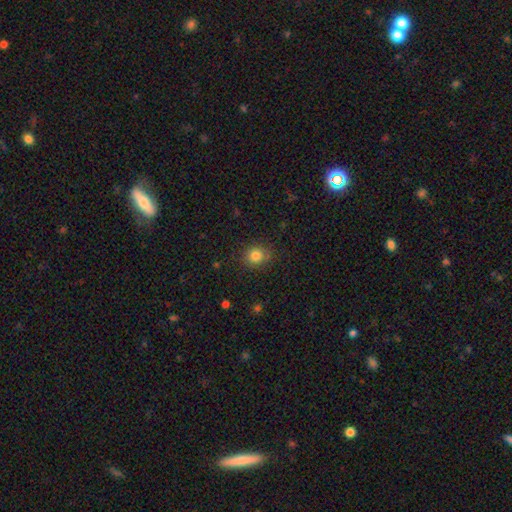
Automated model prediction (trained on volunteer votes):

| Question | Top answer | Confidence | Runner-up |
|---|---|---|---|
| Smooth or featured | smooth | 82% | star or artifact (12%) |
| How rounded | round | 82% | in between (17%) |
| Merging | none | 86% | minor disturbance (10%) |